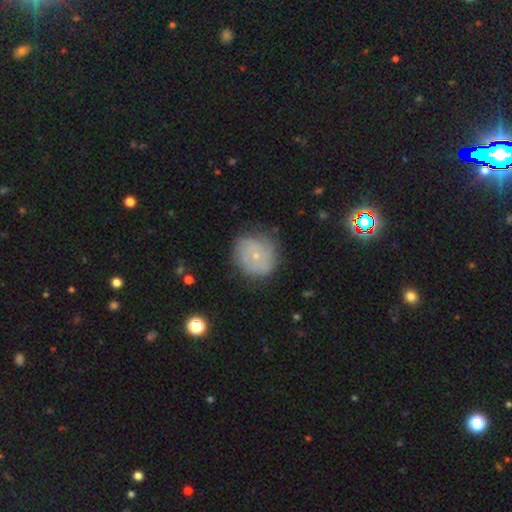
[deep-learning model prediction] The model was most divided on "smooth or featured": featured or disk: 49%, smooth: 41%, star or artifact: 9%. More confident: merging — none (73%).